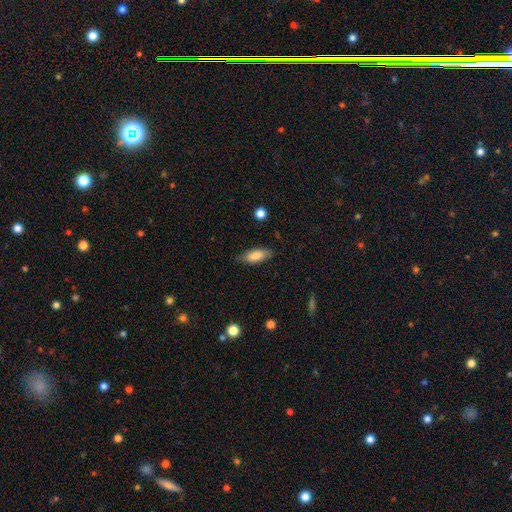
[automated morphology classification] A smooth galaxy with no disk features (83%) that is in between round and cigar-shaped (76%).

Vote fractions:
- Smooth or featured? smooth: 83% / featured or disk: 11% / star or artifact: 6%
- How rounded? in between: 76% / cigar-shaped: 22% / round: 2%
- Merging? none: 81% / minor disturbance: 15% / major disturbance: 3% / merger: 1%